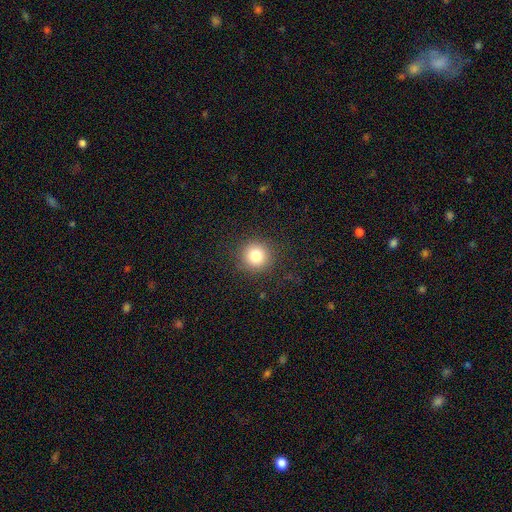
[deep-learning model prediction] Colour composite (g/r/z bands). It shows a smooth galaxy with no disk features (81%) that is round (94%). Merging: none (90%).